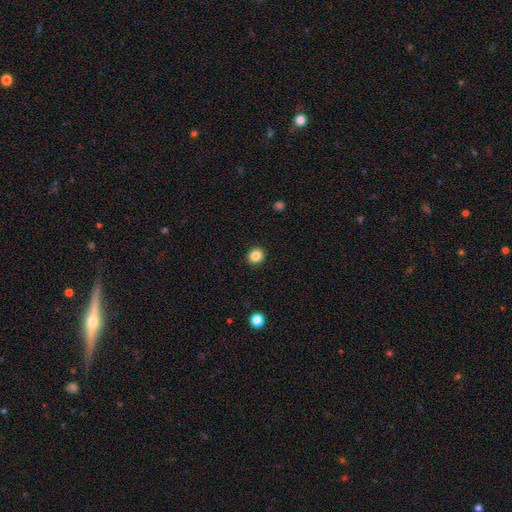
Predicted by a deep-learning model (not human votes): This appears to be a smooth galaxy with no disk features (85%) that is round (82%). Merging: none (92%).